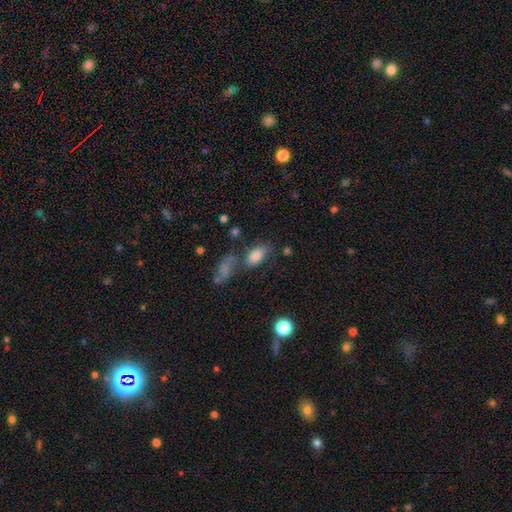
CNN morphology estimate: Q: Smooth or featured?
A: smooth (80%); runner-up: star or artifact (10%)
Q: How rounded?
A: in between (90%); runner-up: round (6%)
Q: Merging?
A: none (57%); runner-up: minor disturbance (18%)